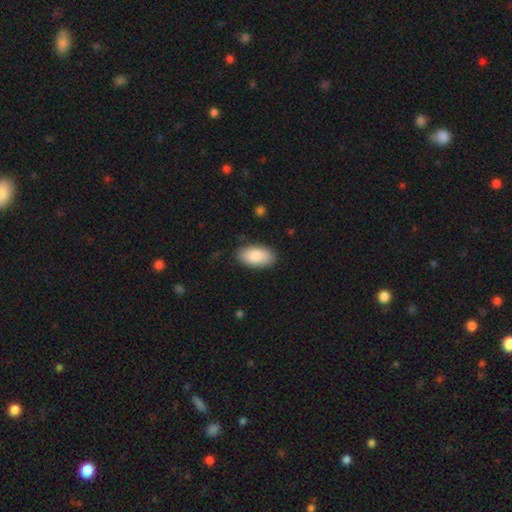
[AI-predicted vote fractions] smooth 88%, featured or disk 7%, star or artifact 5%. Down the decision tree: how rounded — in between (95%); merging — none (85%).